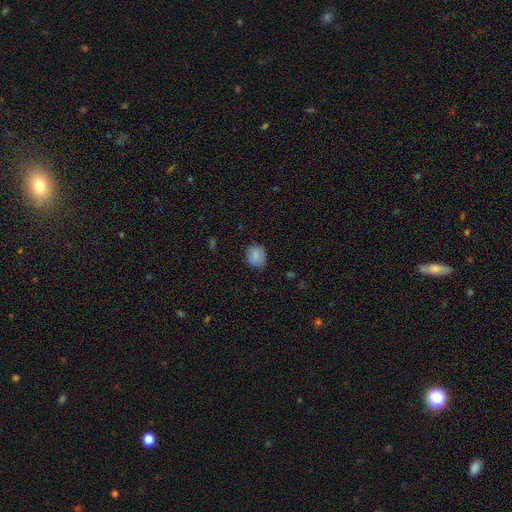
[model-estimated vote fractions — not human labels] A smooth galaxy with no disk features (85%) that is round (64%). Merging: none (80%).